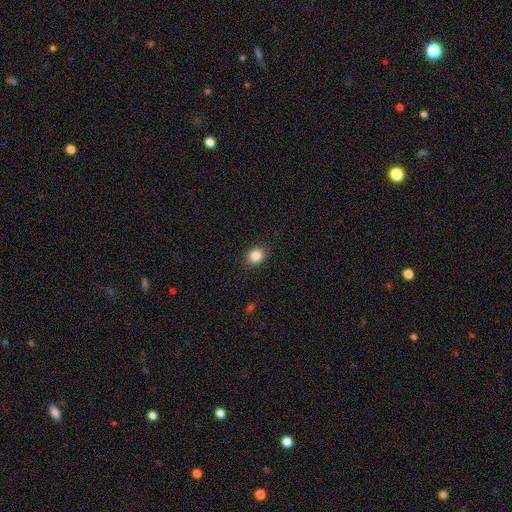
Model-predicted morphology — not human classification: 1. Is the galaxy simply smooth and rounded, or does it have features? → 85% smooth, 10% star or artifact, 5% featured or disk.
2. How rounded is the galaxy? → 68% round, 32% in between, 1% cigar-shaped.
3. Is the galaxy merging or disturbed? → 89% none, 8% minor disturbance, 2% major disturbance, 1% merger.